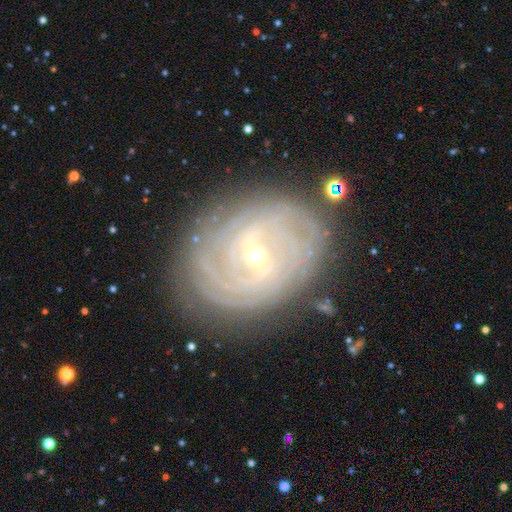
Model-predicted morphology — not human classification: smooth-or-featured: featured or disk: 86% | smooth: 7% | star or artifact: 7%
  disk-edge-on: no: 96% | yes: 4%
    bar: weak: 47% | no: 35% | strong: 19%
    has-spiral-arms: yes: 96% | no: 4%
      spiral-winding: tight: 82% | medium: 15% | loose: 3%
      spiral-arm-count: can't tell: 32% | 4: 19% | more than 4: 16% | 3: 14% | 2: 13% | 1: 6%
    bulge-size: small: 65% | moderate: 32% | large: 1% | none: 1% | dominant: 1%
  merging: none: 82% | minor disturbance: 13% | major disturbance: 4% | merger: 2%